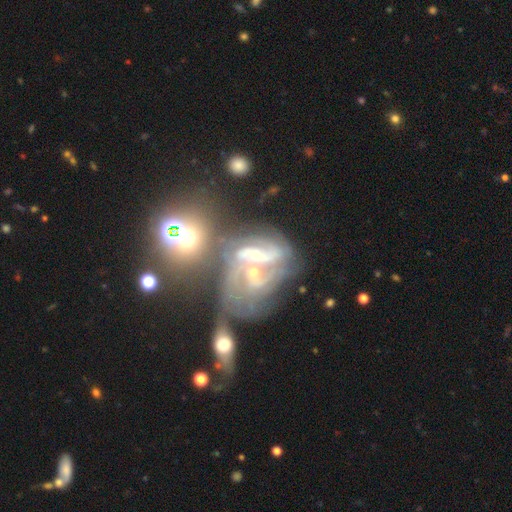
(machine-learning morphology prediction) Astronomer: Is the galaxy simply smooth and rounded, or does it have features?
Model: featured or disk — 77%.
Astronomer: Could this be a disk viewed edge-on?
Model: no — 96%.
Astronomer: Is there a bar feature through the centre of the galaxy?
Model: no — 40% (runner-up: weak, 36%).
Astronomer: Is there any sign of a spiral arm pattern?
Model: yes — 88%.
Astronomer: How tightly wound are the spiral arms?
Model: medium — 48% (runner-up: tight, 29%).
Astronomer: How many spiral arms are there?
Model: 2 — 54%.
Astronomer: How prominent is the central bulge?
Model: small — 52% (runner-up: moderate, 36%).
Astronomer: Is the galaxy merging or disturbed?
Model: merger — 64%.